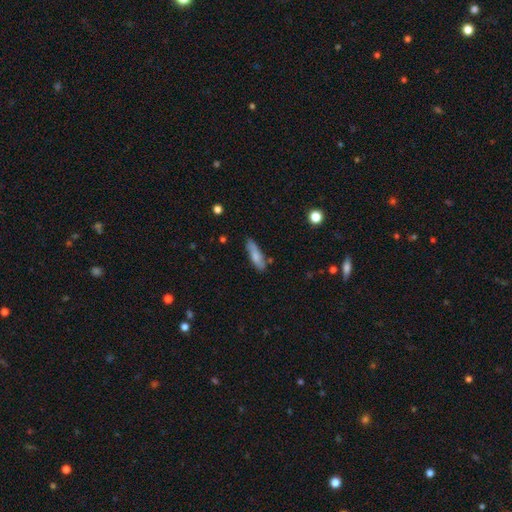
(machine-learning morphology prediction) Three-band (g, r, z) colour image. It shows a smooth galaxy with no disk features (74%) that is cigar-shaped (63%). Merging: none (71%).